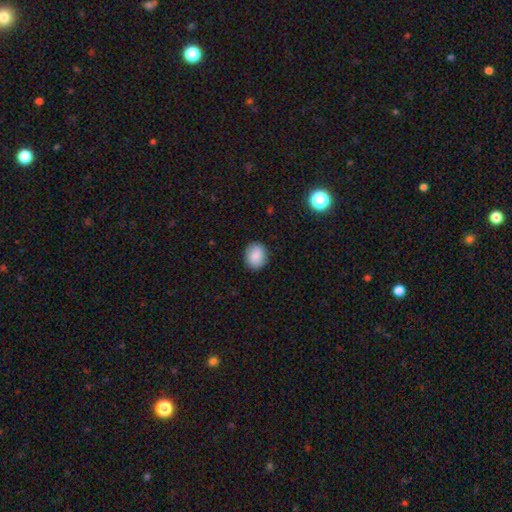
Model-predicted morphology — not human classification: smooth-or-featured: smooth: 88% | star or artifact: 8% | featured or disk: 5%
  how-rounded: round: 59% | in between: 40% | cigar-shaped: 1%
  merging: none: 89% | minor disturbance: 8% | major disturbance: 2% | merger: 1%